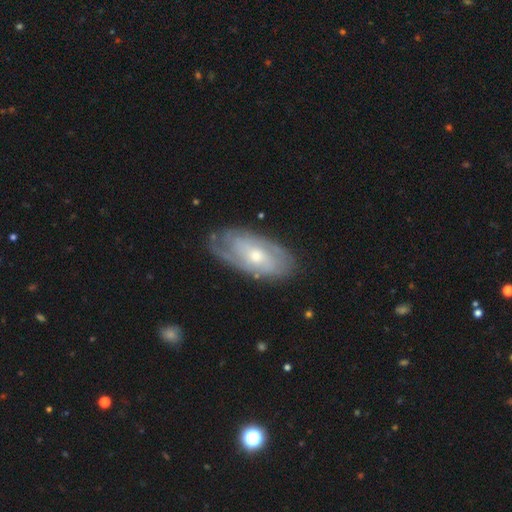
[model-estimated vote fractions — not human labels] This appears to be a featured or disk galaxy (75%) with no bar (66%), tight (58%) spiral arms (86%) and a moderate central bulge (55%). Merging: none (74%).